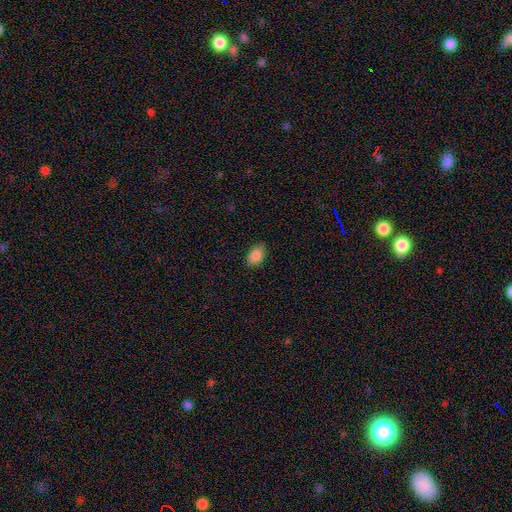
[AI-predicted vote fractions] smooth-or-featured: smooth: 88% | star or artifact: 8% | featured or disk: 5%
  how-rounded: in between: 88% | round: 10% | cigar-shaped: 1%
  merging: none: 84% | minor disturbance: 12% | major disturbance: 3% | merger: 1%